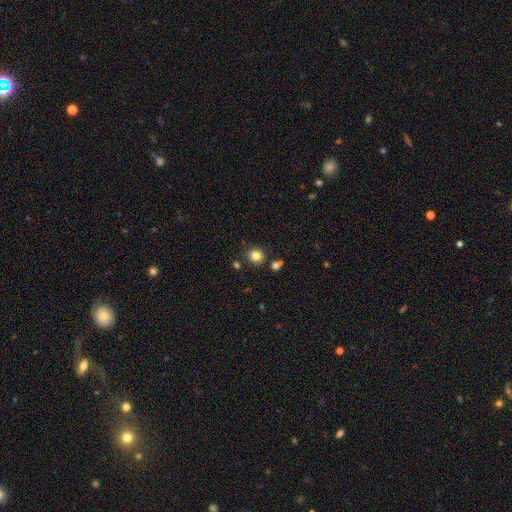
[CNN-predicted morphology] Smooth or featured: smooth — 82% (star or artifact — 12%)
How rounded: round — 82% (in between — 18%)
Merging: none — 82% (minor disturbance — 9%)